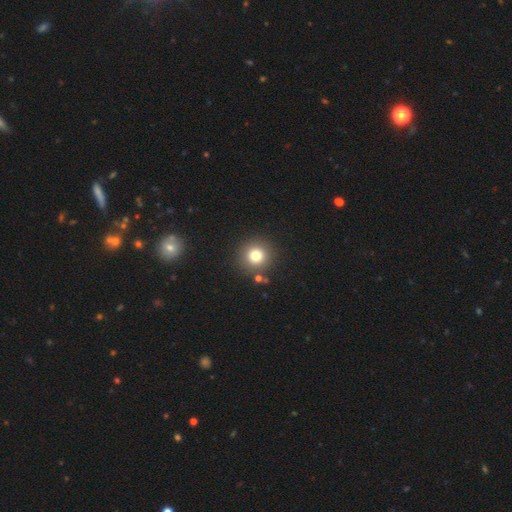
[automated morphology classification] A smooth galaxy with no disk features (77%) that is round (95%). Merging: none (86%).